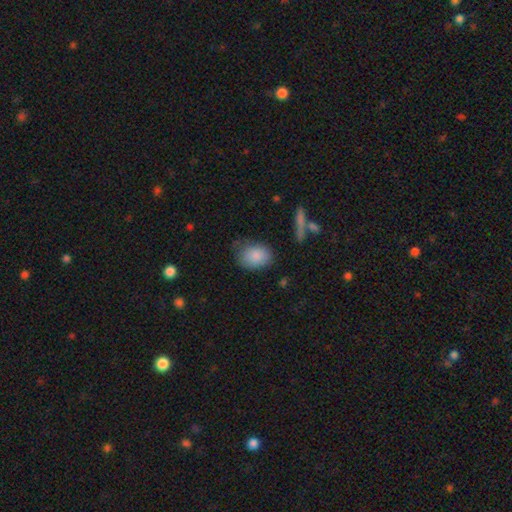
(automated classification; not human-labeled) This appears to be a smooth galaxy with no disk features (86%) that is in between round and cigar-shaped (65%). Merging: none (65%).